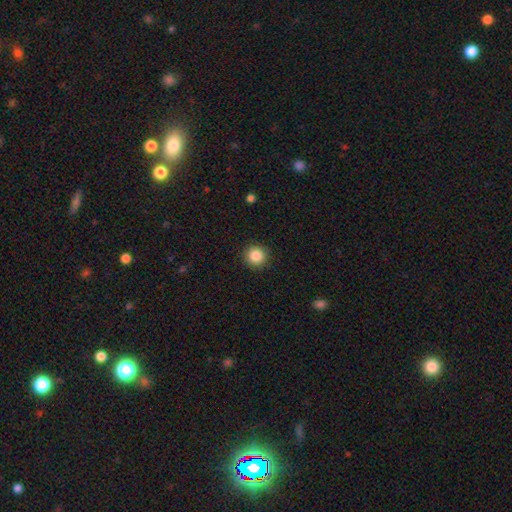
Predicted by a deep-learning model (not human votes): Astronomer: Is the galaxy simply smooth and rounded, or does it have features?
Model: smooth — 86%.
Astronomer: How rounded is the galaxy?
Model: round — 95%.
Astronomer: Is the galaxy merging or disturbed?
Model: none — 91%.